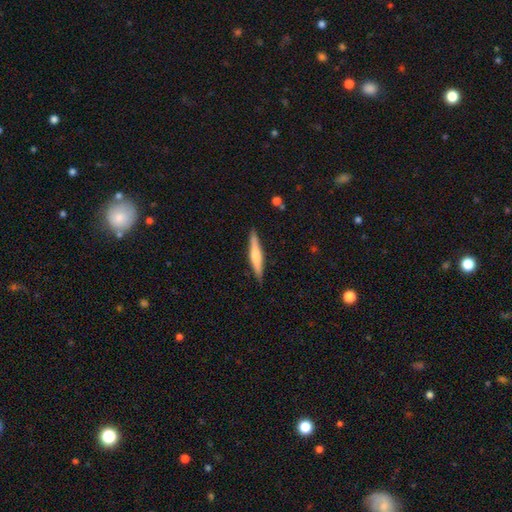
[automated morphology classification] Overall: featured or disk (48%; smooth 47%). Merging: none (90%).